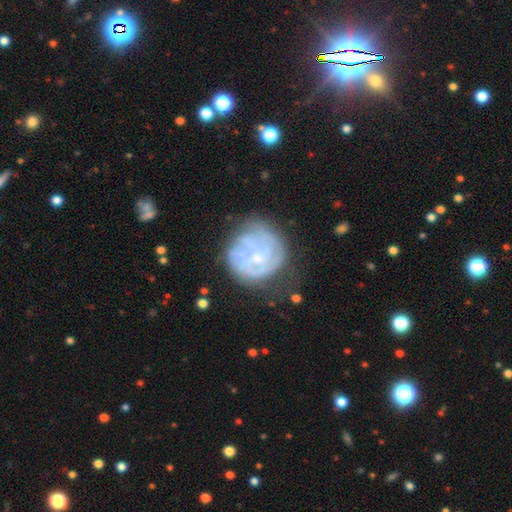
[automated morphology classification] Overall: featured or disk (70%). Edge-on disk: no (98%). Bar: no (74%). Spiral arms: yes (77%). Spiral arm count: can't tell (47%; 3 18%). Spiral winding: tight (63%; medium 27%). Bulge size: small (62%). Merging: none (60%; minor disturbance 23%).